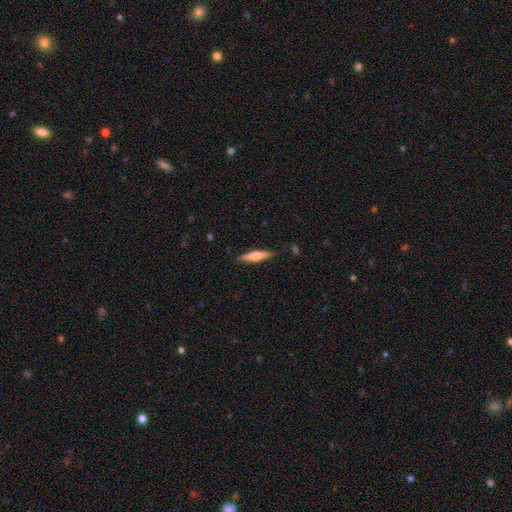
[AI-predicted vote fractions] Smooth or featured: smooth — 48% (featured or disk — 47%)
Merging: none — 87% (minor disturbance — 10%)